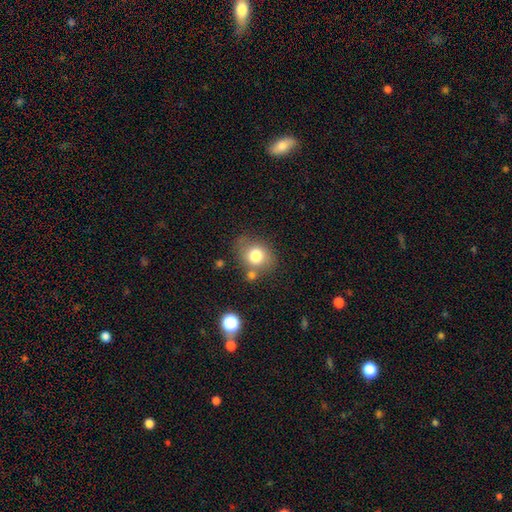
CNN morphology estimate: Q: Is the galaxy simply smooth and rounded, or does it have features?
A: smooth — 77%.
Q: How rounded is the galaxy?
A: round — 57%.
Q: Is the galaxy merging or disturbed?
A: none — 66%.